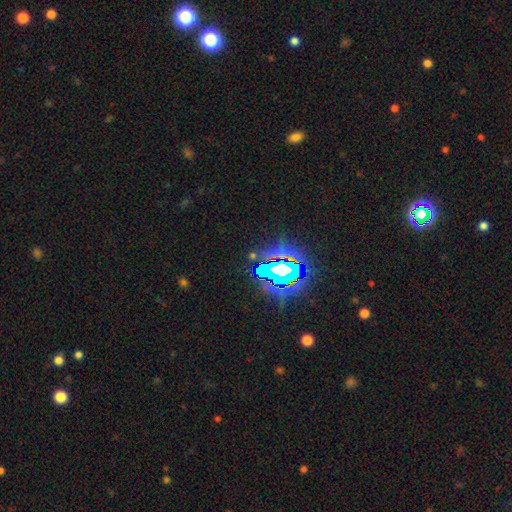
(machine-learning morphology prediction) Smooth or featured? star or artifact (77%)